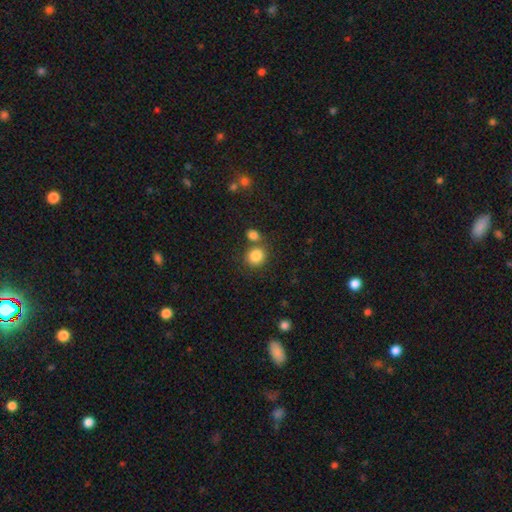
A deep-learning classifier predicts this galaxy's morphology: This is clearly a smooth galaxy (85%). How rounded: clearly round (80%). Merging: likely none (65%).